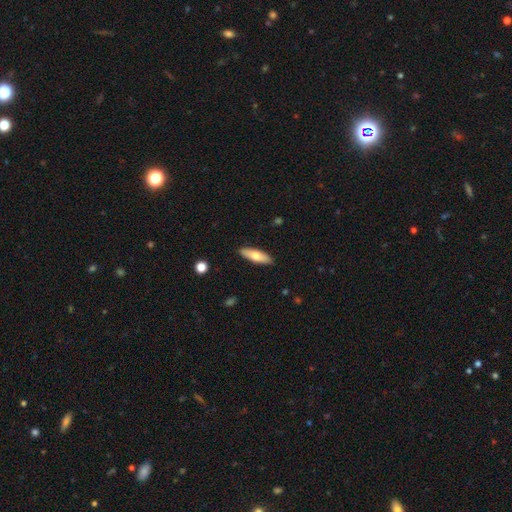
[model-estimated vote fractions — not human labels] This appears to be a smooth galaxy with no disk features (68%) that is cigar-shaped (50%). Merging: none (89%).